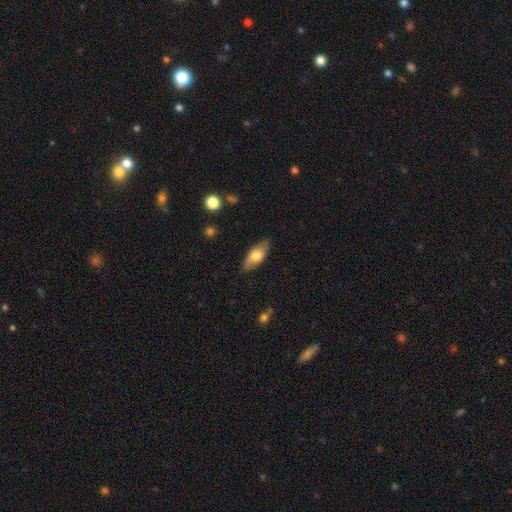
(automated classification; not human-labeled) smooth-or-featured: smooth: 70% | featured or disk: 24% | star or artifact: 6%
  how-rounded: in between: 80% | cigar-shaped: 17% | round: 3%
  merging: none: 83% | minor disturbance: 13% | major disturbance: 2% | merger: 1%